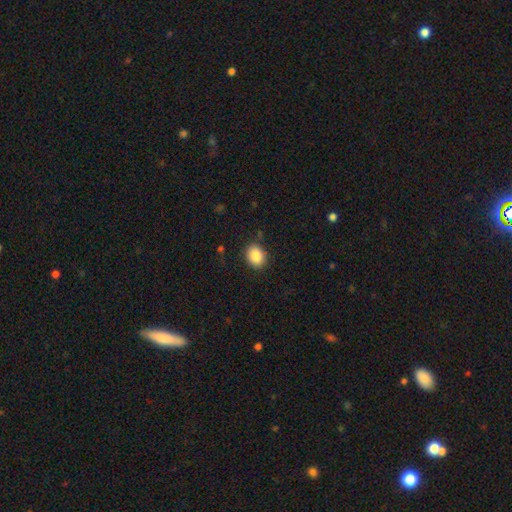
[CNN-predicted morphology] Smooth or featured?
  - smooth: 88% *
  - star or artifact: 8%
  - featured or disk: 4%
How rounded?
  - in between: 51% *
  - round: 48%
  - cigar-shaped: 1%
Merging?
  - none: 86% *
  - minor disturbance: 10%
  - major disturbance: 3%
  - merger: 1%